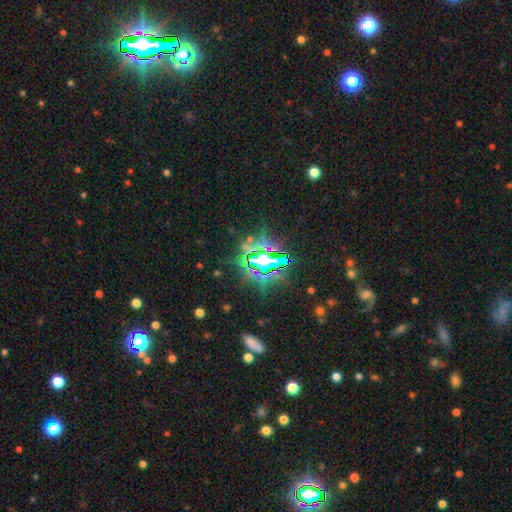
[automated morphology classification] Overall: star or artifact (82%).